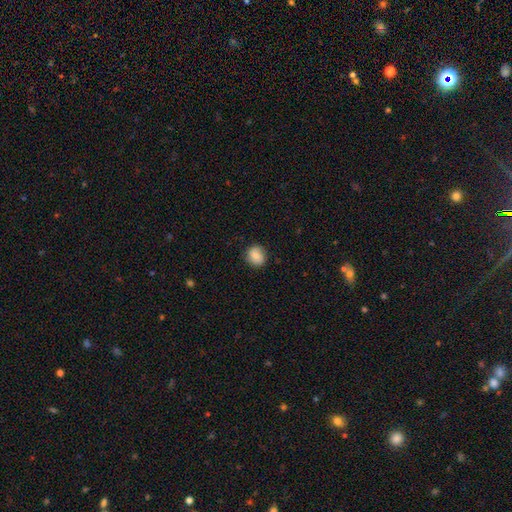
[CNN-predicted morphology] smooth 85%, star or artifact 8%, featured or disk 7%. Down the decision tree: how rounded — round (71%); merging — none (83%).